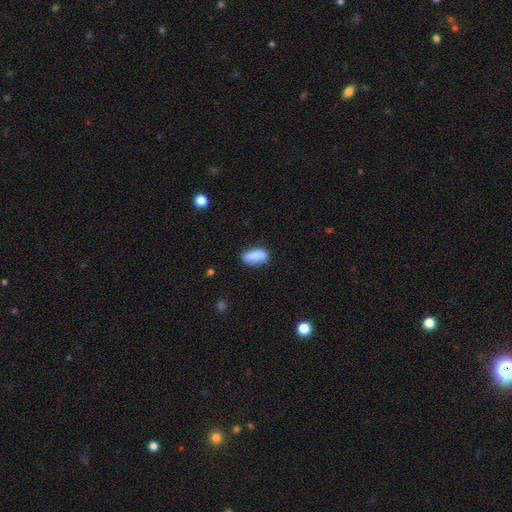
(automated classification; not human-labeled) Smooth or featured? Predicted: smooth (p=0.83). How rounded? Predicted: in between (p=0.87). Merging? Predicted: none (p=0.72).